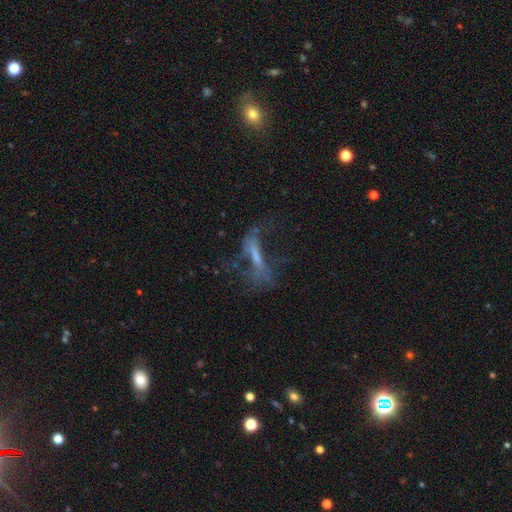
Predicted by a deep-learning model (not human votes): Morphology: type=featured or disk (57%); edge-on=no (79%); merging=major disturbance (40%).